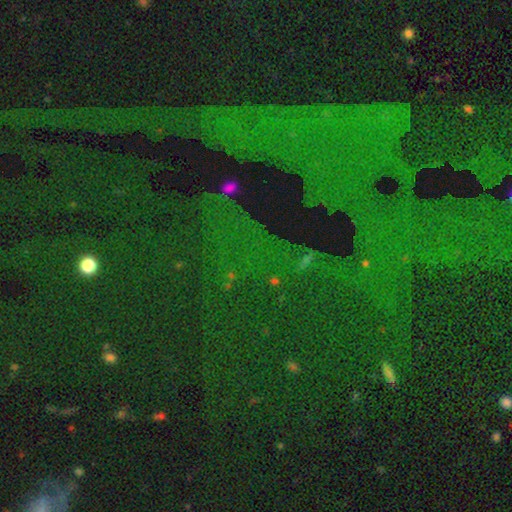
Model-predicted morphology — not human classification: smooth-or-featured: star or artifact: 79% | smooth: 11% | featured or disk: 9%